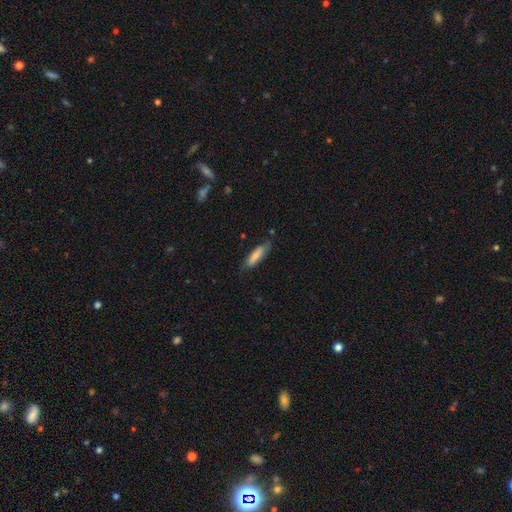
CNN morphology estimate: The model was most divided on "how rounded": cigar-shaped: 64%, in between: 35%, round: 2%. More confident: smooth or featured — smooth (74%); merging — none (71%).